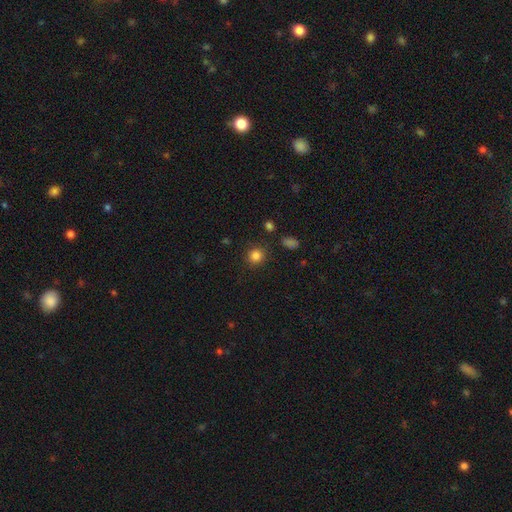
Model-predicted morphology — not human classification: smooth-or-featured: smooth: 83% | star or artifact: 12% | featured or disk: 5%
  how-rounded: round: 89% | in between: 10% | cigar-shaped: 1%
  merging: none: 87% | minor disturbance: 8% | major disturbance: 3% | merger: 2%